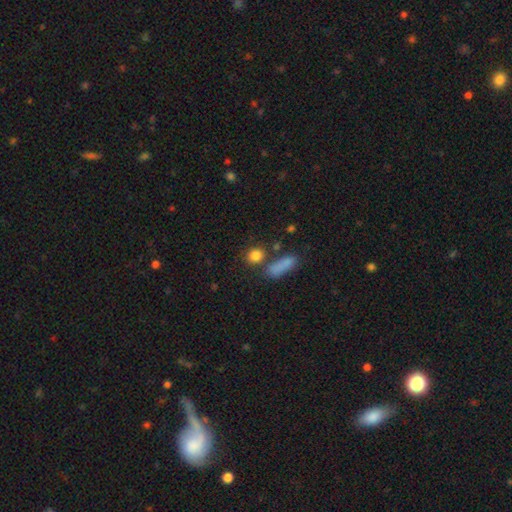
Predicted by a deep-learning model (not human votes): smooth_or_featured: smooth (p=0.83) [alt: star or artifact p=0.11]
how_rounded: round (p=0.67) [alt: in between p=0.26]
merging: none (p=0.69) [alt: merger p=0.15]